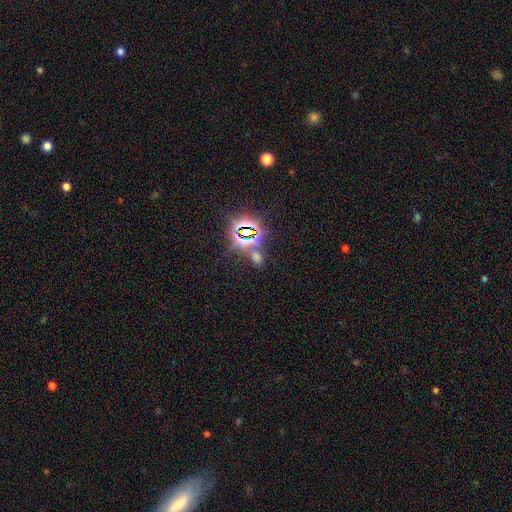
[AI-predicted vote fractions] Smooth or featured: star or artifact — 71% (smooth — 21%)